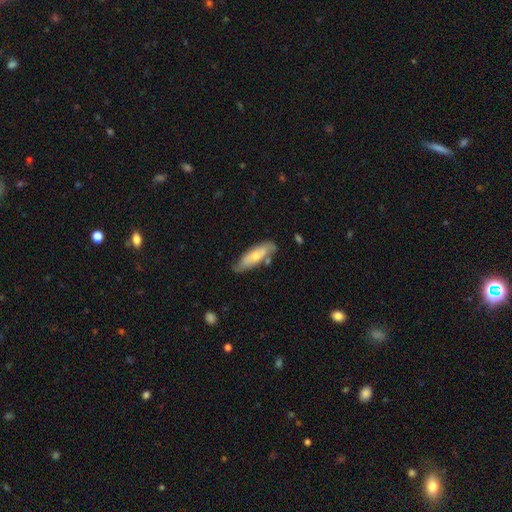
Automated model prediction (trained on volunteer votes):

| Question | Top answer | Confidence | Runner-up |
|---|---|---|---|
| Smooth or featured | smooth | 56% | featured or disk (39%) |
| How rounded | in between | 55% | cigar-shaped (43%) |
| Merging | none | 60% | minor disturbance (26%) |